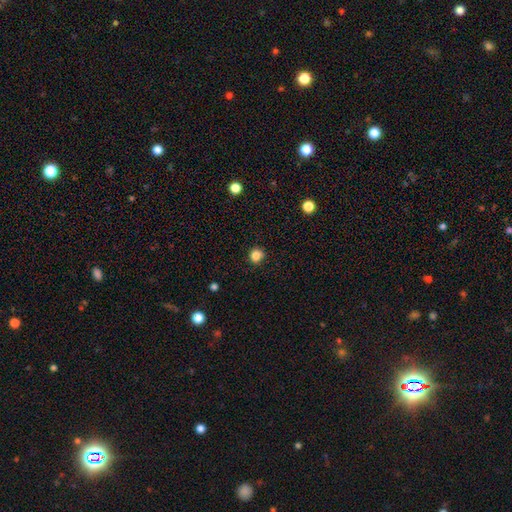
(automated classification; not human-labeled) Overall: smooth (83%). How rounded: round (88%). Merging: none (86%).